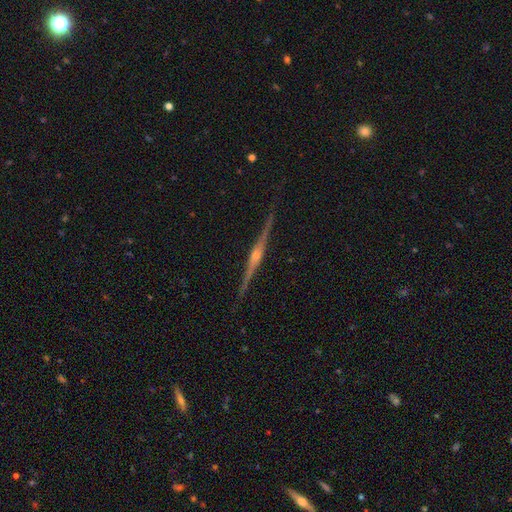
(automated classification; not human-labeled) Smooth or featured: featured or disk — 88% (smooth — 7%)
Edge-on disk: yes — 99% (no — 1%)
Edge-on bulge: rounded — 80% (boxy — 13%)
Merging: none — 91% (minor disturbance — 7%)